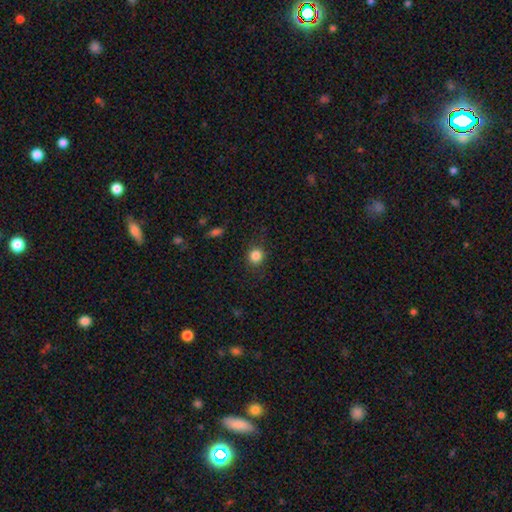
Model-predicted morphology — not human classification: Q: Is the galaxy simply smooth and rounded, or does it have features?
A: smooth — 85%.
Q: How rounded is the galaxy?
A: round — 87%.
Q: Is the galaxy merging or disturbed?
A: none — 88%.